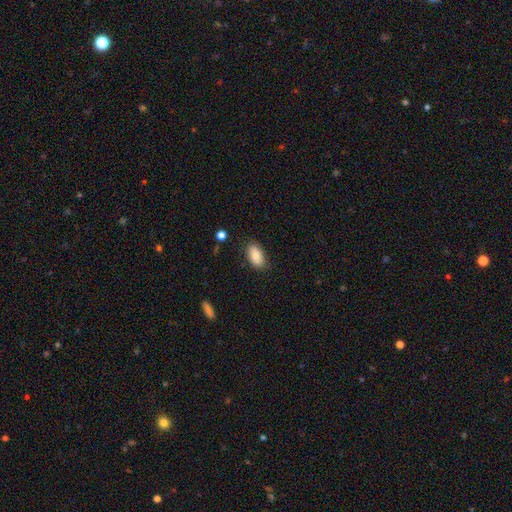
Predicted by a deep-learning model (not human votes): A smooth galaxy with no disk features (80%) that is in between round and cigar-shaped (93%). Merging: none (83%).